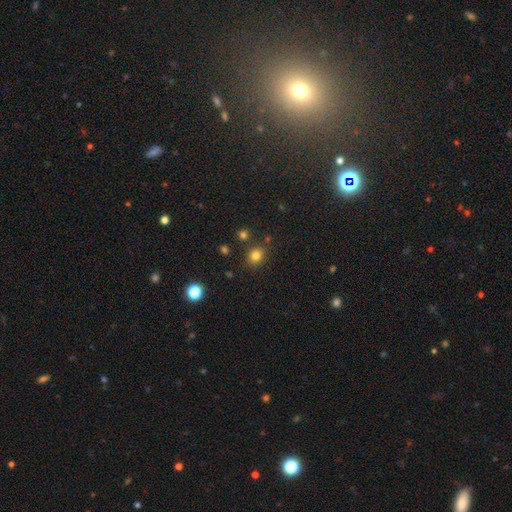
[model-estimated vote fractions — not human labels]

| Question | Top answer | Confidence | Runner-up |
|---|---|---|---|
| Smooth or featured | smooth | 80% | star or artifact (14%) |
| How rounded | round | 69% | in between (30%) |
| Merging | none | 81% | minor disturbance (11%) |